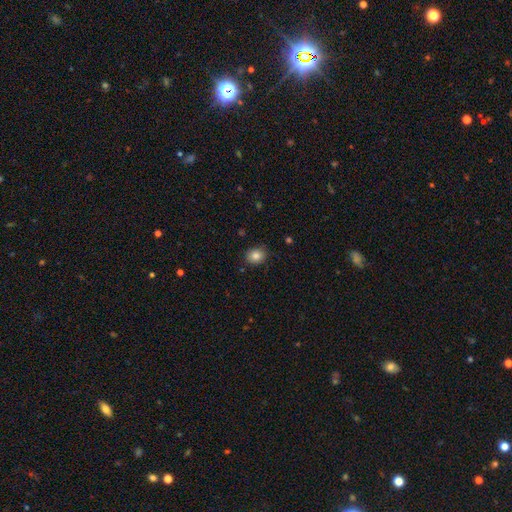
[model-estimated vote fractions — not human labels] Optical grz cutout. It shows a smooth galaxy with no disk features (84%) that is round (63%). Merging: none (86%).